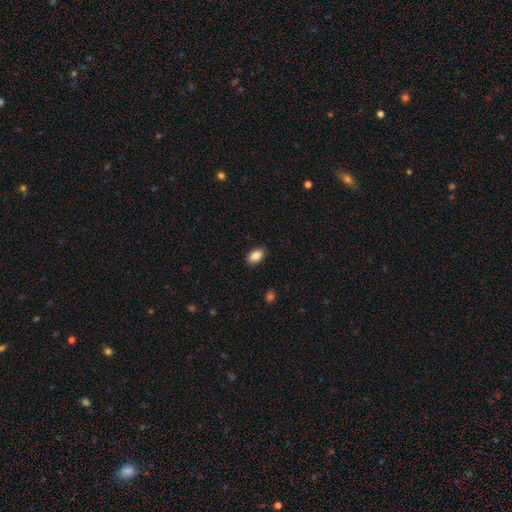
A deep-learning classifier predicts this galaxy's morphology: A smooth galaxy with no disk features (87%) that is in between round and cigar-shaped (91%). Merging: none (88%).